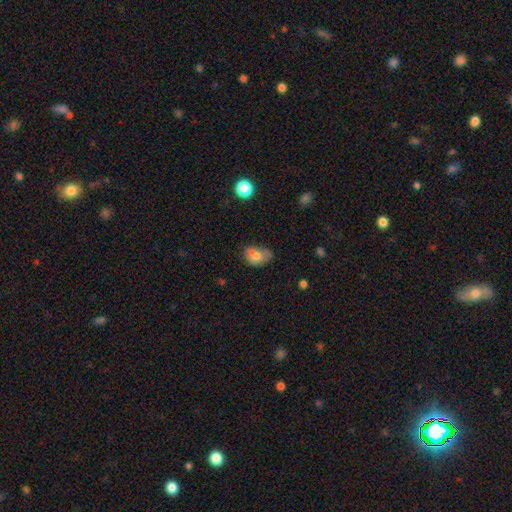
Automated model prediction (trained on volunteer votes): smooth 68%, featured or disk 21%, star or artifact 11%. Down the decision tree: how rounded — in between (71%); merging — none (37%).